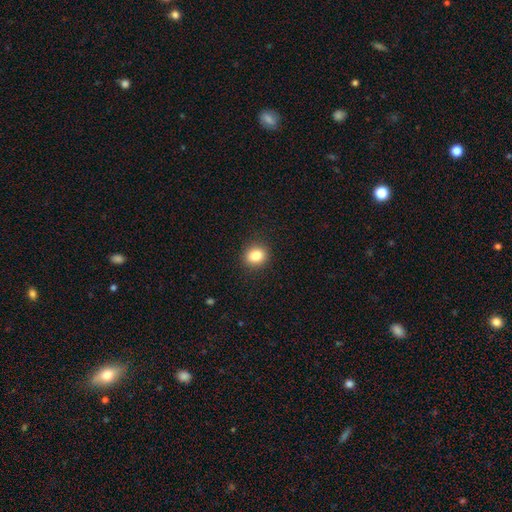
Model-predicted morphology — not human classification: Q: Smooth or featured?
A: smooth (83%); runner-up: star or artifact (11%)
Q: How rounded?
A: round (75%); runner-up: in between (25%)
Q: Merging?
A: none (91%); runner-up: minor disturbance (6%)